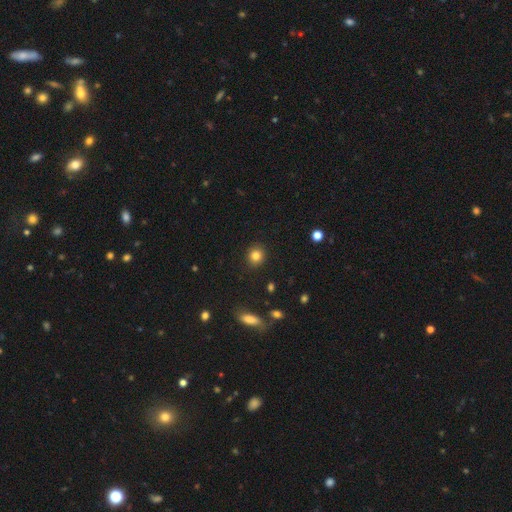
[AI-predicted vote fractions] Smooth or featured? smooth (84%)
How rounded? round (86%)
Merging? none (91%)